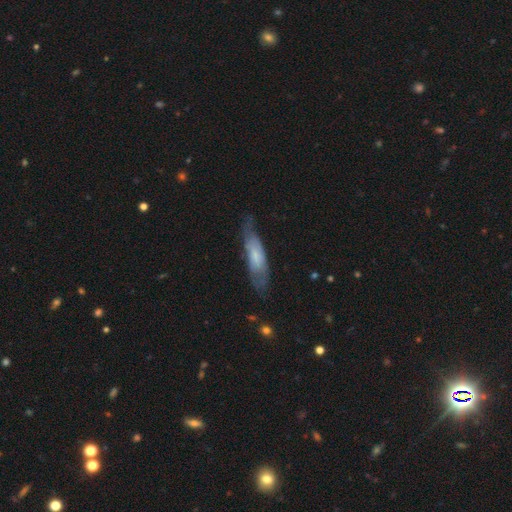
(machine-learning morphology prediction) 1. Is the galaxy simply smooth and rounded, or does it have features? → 54% smooth, 39% featured or disk, 6% star or artifact.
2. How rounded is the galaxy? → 57% cigar-shaped, 41% in between, 2% round.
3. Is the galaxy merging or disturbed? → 57% none, 28% minor disturbance, 12% major disturbance, 2% merger.